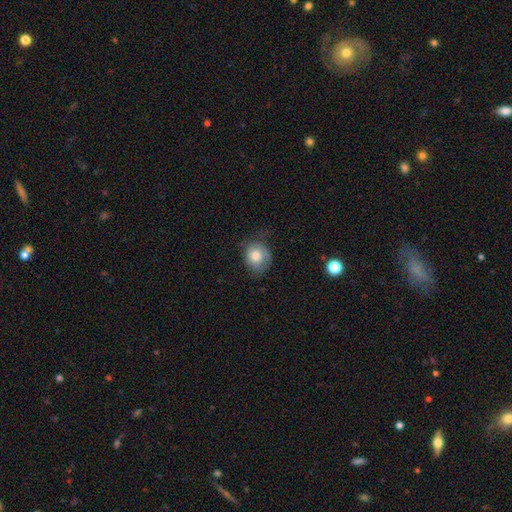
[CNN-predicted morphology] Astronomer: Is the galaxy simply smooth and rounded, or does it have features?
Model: smooth — 73%.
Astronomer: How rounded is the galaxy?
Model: round — 63%.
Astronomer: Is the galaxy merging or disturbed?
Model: none — 52% (runner-up: minor disturbance, 32%).